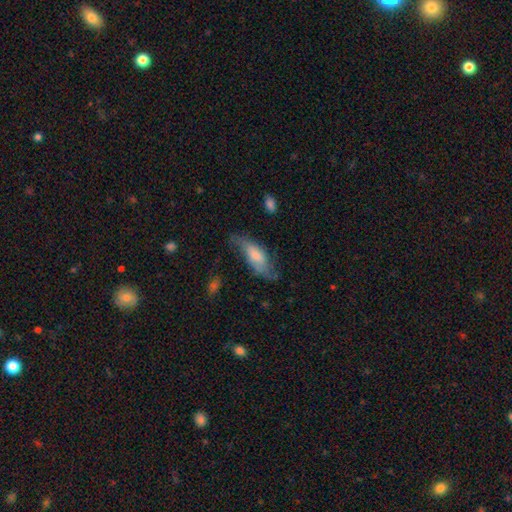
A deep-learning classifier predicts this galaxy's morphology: Smooth or featured? smooth (57%)
How rounded? in between (70%)
Merging? none (48%)